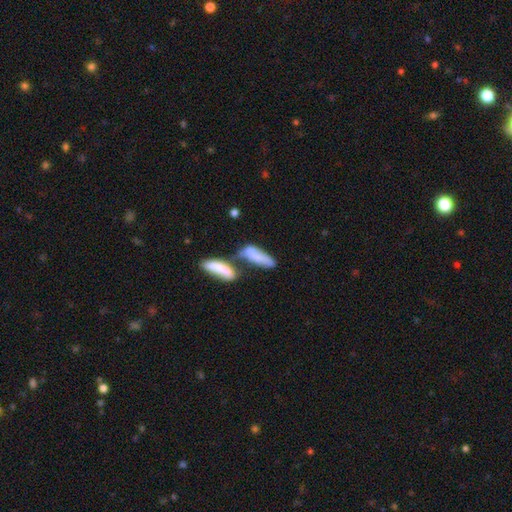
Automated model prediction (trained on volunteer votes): smooth-or-featured: smooth: 69% | featured or disk: 23% | star or artifact: 8%
  how-rounded: in between: 51% | cigar-shaped: 46% | round: 2%
  merging: merger: 54% | none: 23% | minor disturbance: 13% | major disturbance: 10%